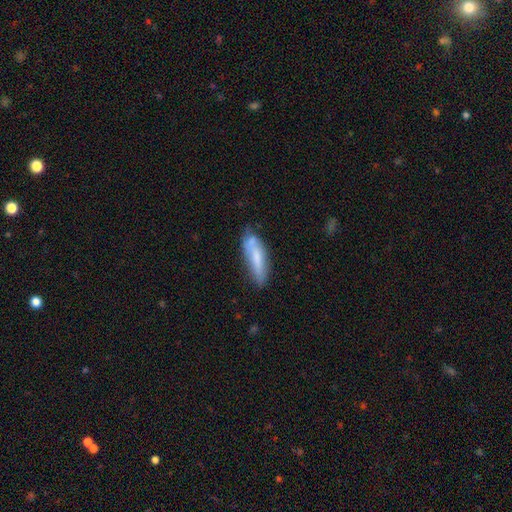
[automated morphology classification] This is likely a smooth galaxy (61%). How rounded: likely cigar-shaped (68%). Merging: possibly none (59%).